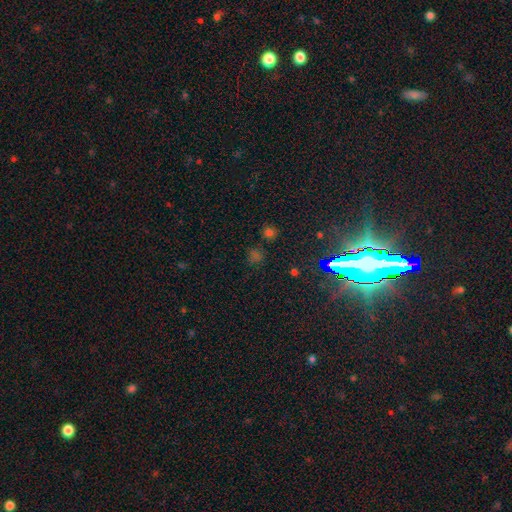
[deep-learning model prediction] A star or artifact, not a galaxy (63%).